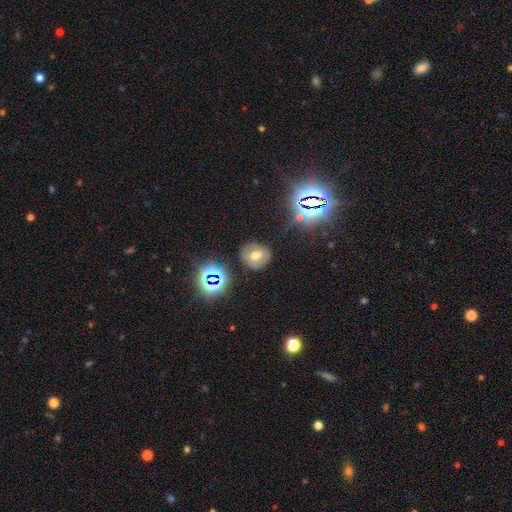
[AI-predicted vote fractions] The model was most divided on "smooth or featured": smooth: 49%, featured or disk: 30%, star or artifact: 21%. More confident: merging — none (78%).